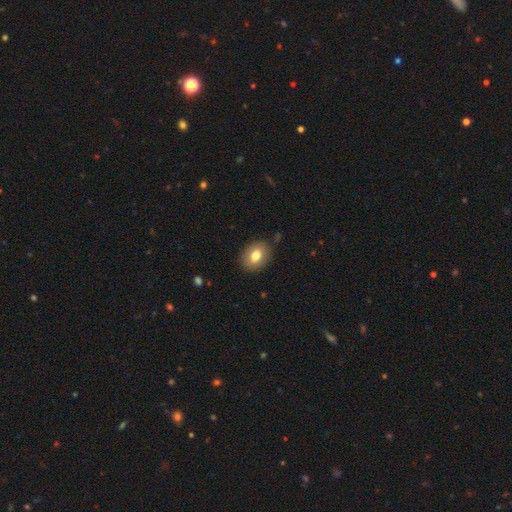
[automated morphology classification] Overall: smooth (78%). How rounded: in between (68%; round 31%). Merging: none (87%).